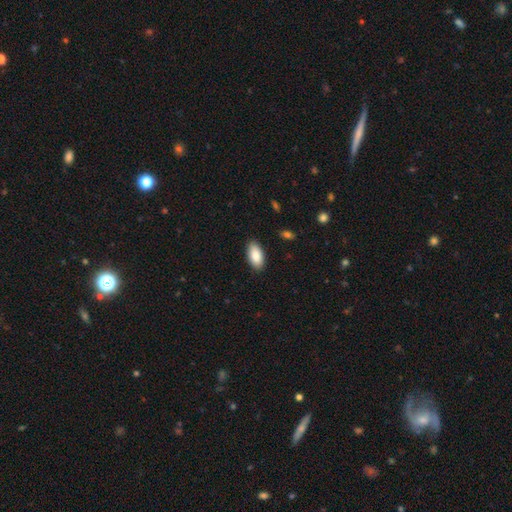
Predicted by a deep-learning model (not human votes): Smooth or featured?
  - smooth: 86% *
  - featured or disk: 8%
  - star or artifact: 6%
How rounded?
  - in between: 93% *
  - cigar-shaped: 5%
  - round: 2%
Merging?
  - none: 89% *
  - minor disturbance: 9%
  - major disturbance: 2%
  - merger: 1%